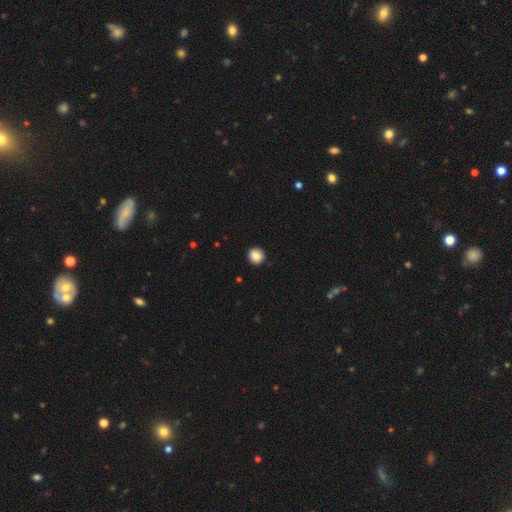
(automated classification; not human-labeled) Smooth or featured? smooth (88%)
How rounded? round (90%)
Merging? none (91%)